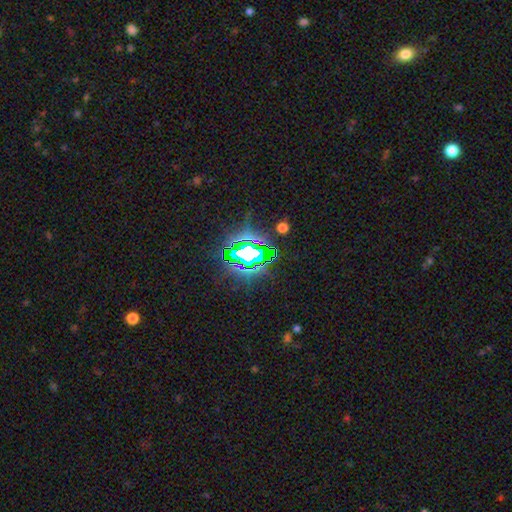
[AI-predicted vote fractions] Overall: star or artifact (75%).